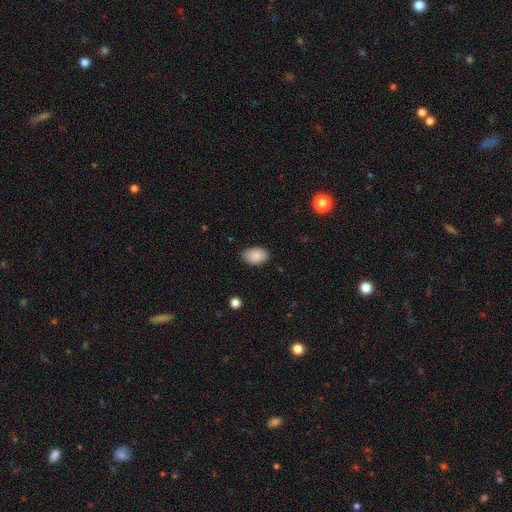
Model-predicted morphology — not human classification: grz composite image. It shows a smooth galaxy with no disk features (88%) that is in between round and cigar-shaped (85%). Merging: none (83%).